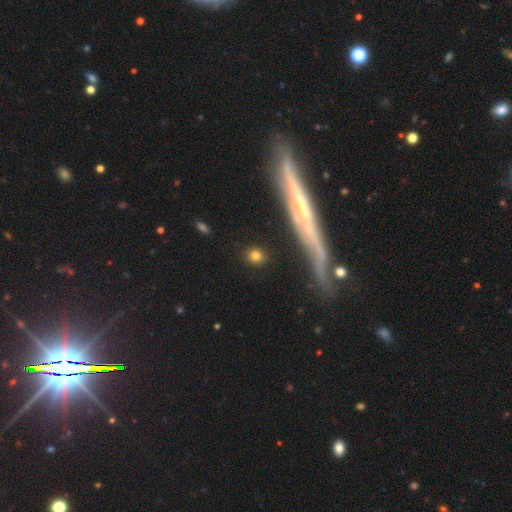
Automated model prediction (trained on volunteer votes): Smooth or featured? smooth (78%)
How rounded? round (82%)
Merging? none (87%)